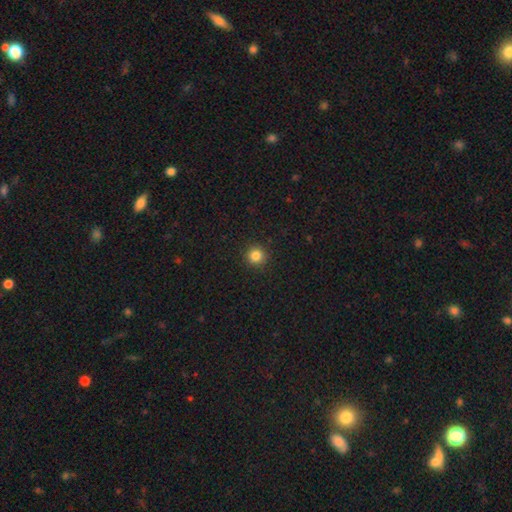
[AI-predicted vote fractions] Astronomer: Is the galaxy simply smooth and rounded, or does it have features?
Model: smooth — 84%.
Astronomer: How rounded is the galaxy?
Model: round — 95%.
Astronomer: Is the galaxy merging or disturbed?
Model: none — 92%.